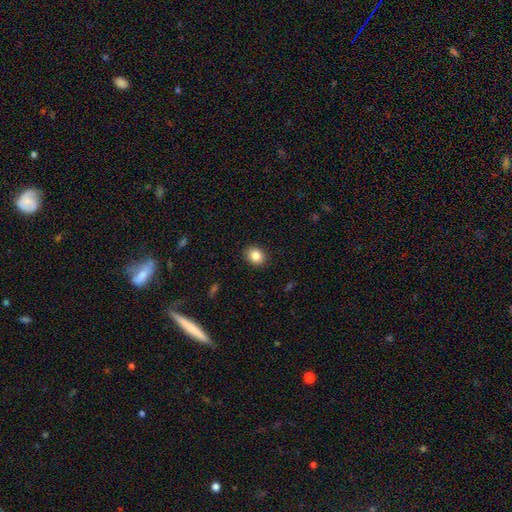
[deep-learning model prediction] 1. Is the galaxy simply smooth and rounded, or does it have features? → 85% smooth, 9% star or artifact, 6% featured or disk.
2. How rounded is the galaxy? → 54% round, 45% in between, 1% cigar-shaped.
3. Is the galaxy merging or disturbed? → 89% none, 8% minor disturbance, 2% major disturbance, 1% merger.